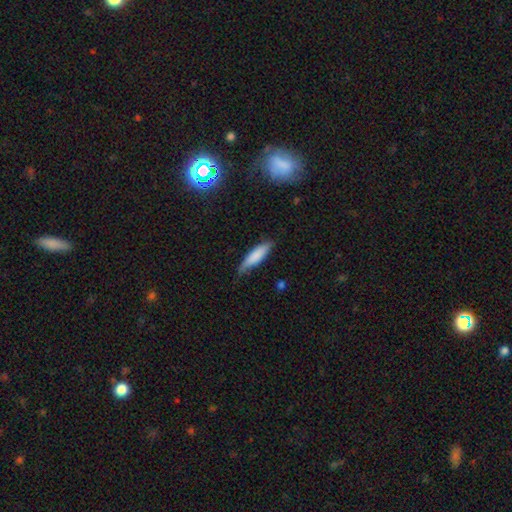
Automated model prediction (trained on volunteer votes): smooth-or-featured: smooth: 80% | featured or disk: 15% | star or artifact: 6%
  how-rounded: cigar-shaped: 64% | in between: 34% | round: 2%
  merging: none: 63% | minor disturbance: 30% | major disturbance: 5% | merger: 2%